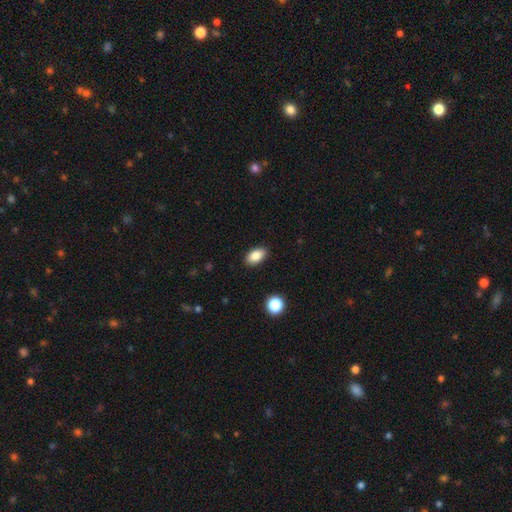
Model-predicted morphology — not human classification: The model was most divided on "smooth or featured": smooth: 85%, star or artifact: 8%, featured or disk: 6%. More confident: how rounded — in between (91%); merging — none (88%).